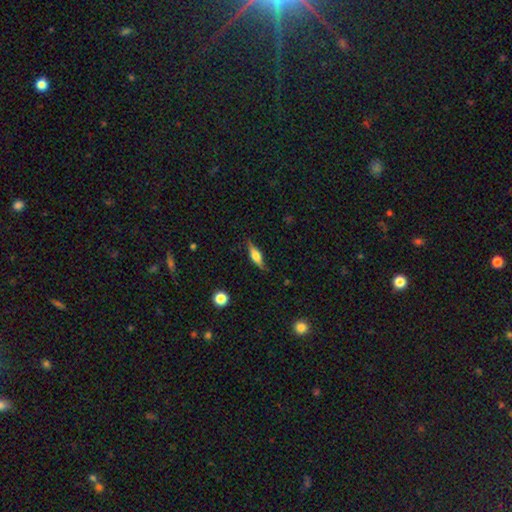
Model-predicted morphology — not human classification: A featured or disk galaxy (51%) viewed edge-on (92%). Merging: none (80%).